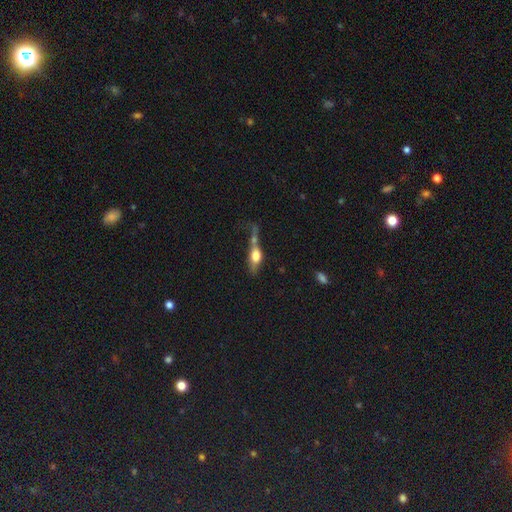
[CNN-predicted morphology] smooth_or_featured: smooth (p=0.59) [alt: featured or disk p=0.31]
how_rounded: in between (p=0.65) [alt: cigar-shaped p=0.26]
merging: merger (p=0.36) [alt: none p=0.26]